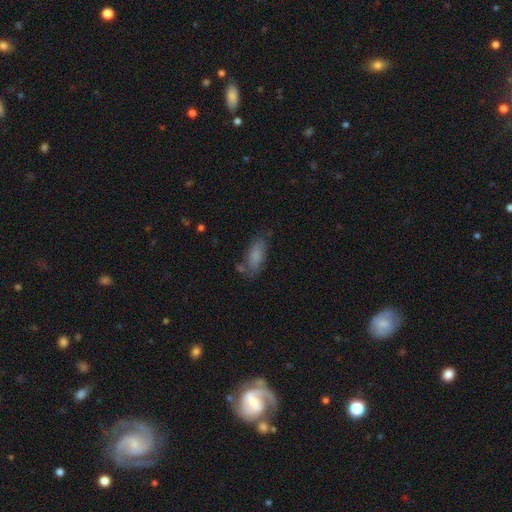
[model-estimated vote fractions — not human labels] Smooth or featured? smooth (81%)
How rounded? in between (77%)
Merging? none (65%)